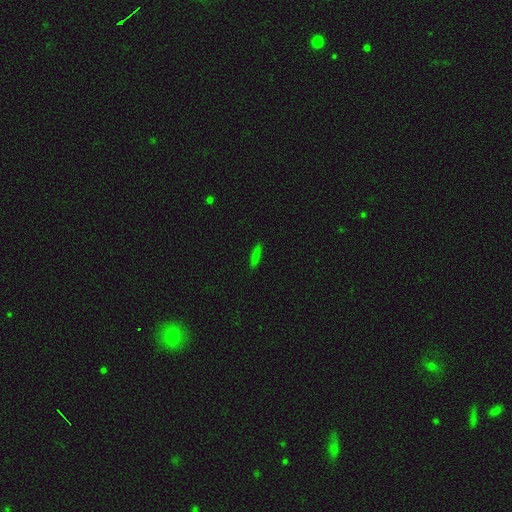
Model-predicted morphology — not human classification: Smooth or featured? Predicted: smooth (p=0.80). How rounded? Predicted: cigar-shaped (p=0.82). Merging? Predicted: none (p=0.88).